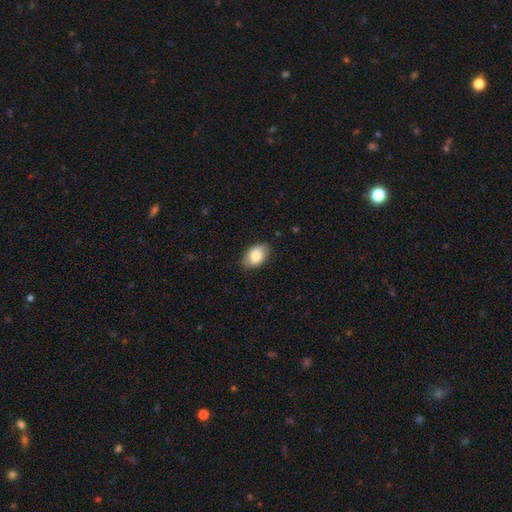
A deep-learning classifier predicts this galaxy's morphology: A smooth galaxy with no disk features (84%) that is in between round and cigar-shaped (90%). Merging: none (83%).